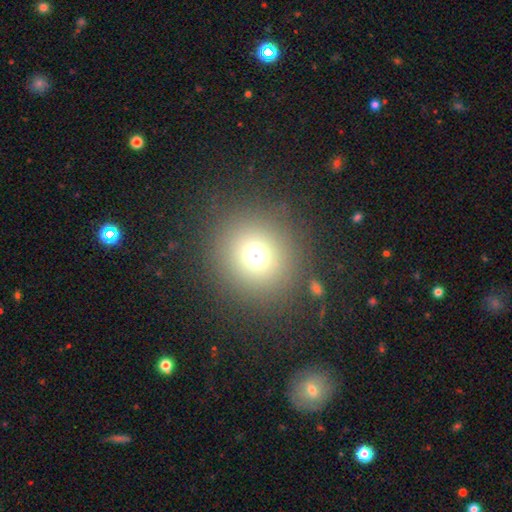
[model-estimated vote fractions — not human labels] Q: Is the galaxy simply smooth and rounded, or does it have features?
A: smooth — 70%.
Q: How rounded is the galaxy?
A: round — 93%.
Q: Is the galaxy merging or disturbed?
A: none — 85%.